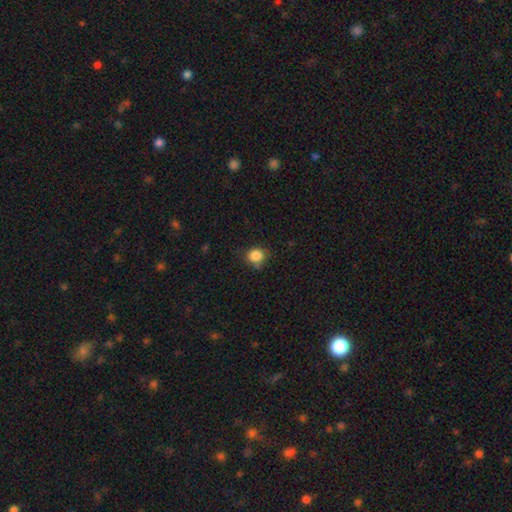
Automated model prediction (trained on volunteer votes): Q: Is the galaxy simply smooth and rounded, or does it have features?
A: smooth — 85%.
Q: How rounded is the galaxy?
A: round — 84%.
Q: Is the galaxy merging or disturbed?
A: none — 72%.